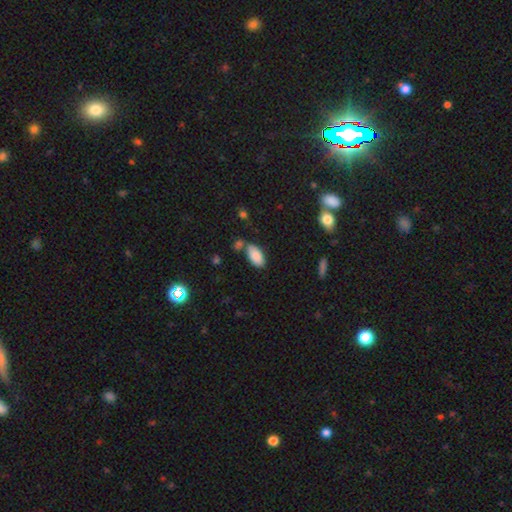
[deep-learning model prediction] Overall: smooth (86%). How rounded: in between (94%). Merging: none (69%).